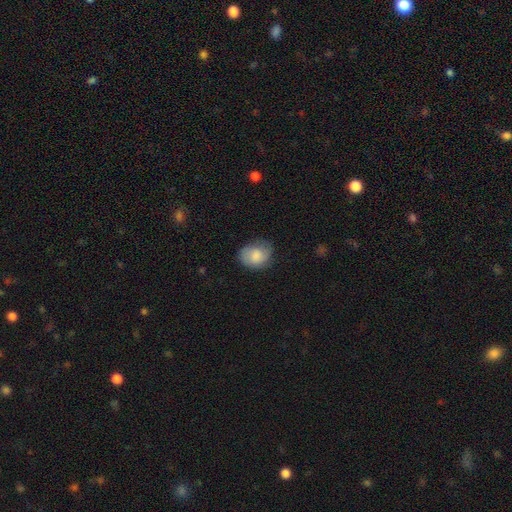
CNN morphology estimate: The model was most divided on "how rounded": in between: 59%, round: 40%, cigar-shaped: 1%. More confident: smooth or featured — smooth (77%); merging — none (66%).